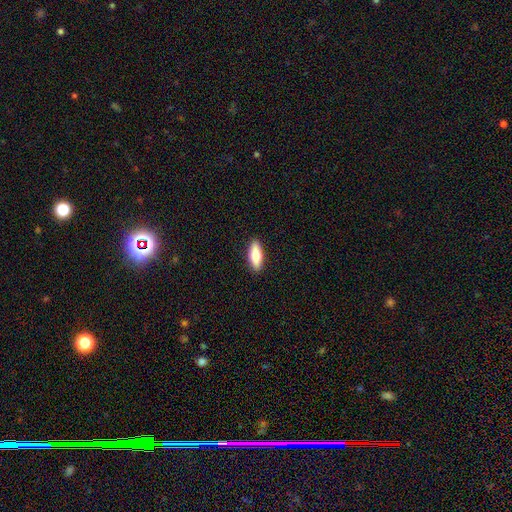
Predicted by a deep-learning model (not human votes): This is likely a smooth galaxy (72%). How rounded: likely in between (65%). Merging: clearly none (90%).